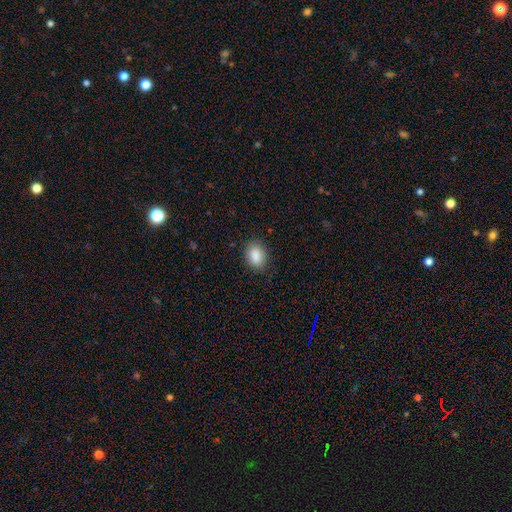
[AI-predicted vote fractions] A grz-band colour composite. It shows a smooth galaxy with no disk features (88%) that is in between round and cigar-shaped (70%). Merging: none (84%).